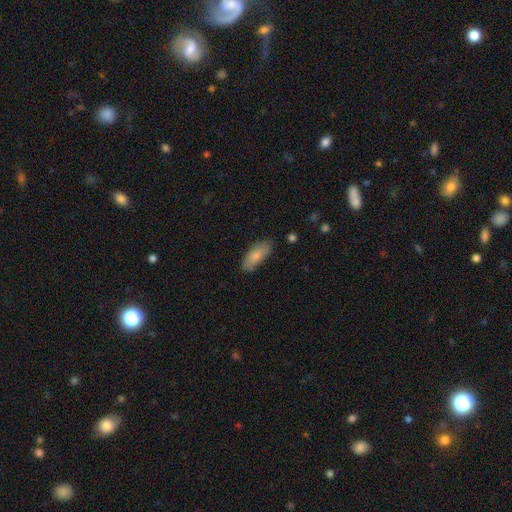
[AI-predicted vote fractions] This is likely a smooth galaxy (77%). How rounded: clearly in between (82%). Merging: likely none (75%).